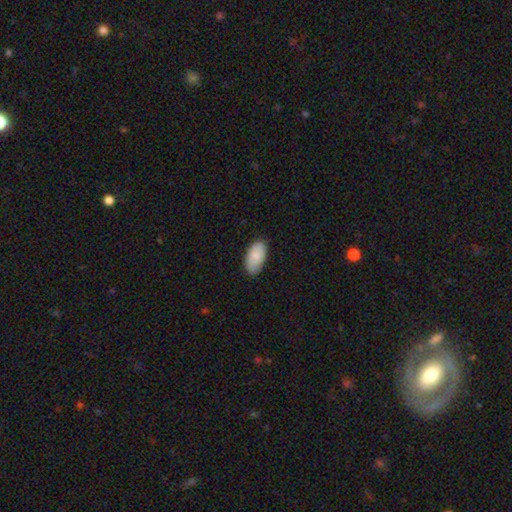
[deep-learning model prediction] This is clearly a smooth galaxy (84%). How rounded: clearly in between (95%). Merging: clearly none (82%).